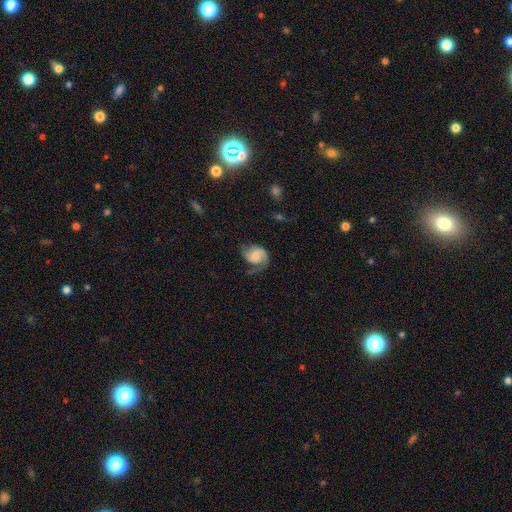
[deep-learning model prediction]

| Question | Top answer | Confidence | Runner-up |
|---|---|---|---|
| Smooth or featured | featured or disk | 72% | smooth (21%) |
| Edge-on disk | no | 98% | yes (2%) |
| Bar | no | 57% | weak (36%) |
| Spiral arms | yes | 94% | no (6%) |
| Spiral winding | medium | 46% | loose (30%) |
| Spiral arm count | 2 | 68% | 1 (22%) |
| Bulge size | none | 34% | small (32%) |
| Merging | none | 49% | minor disturbance (24%) |